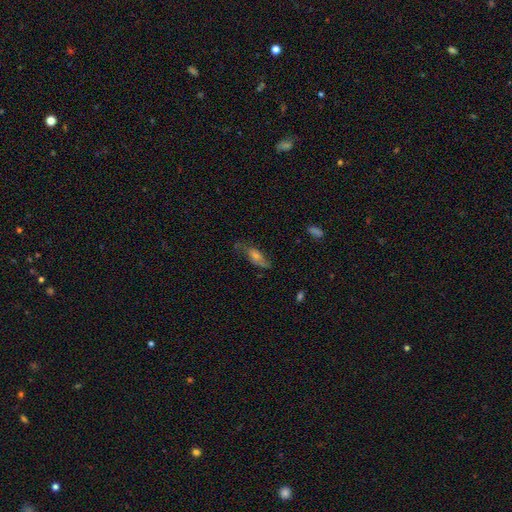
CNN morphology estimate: The model was most divided on "smooth or featured": featured or disk: 53%, smooth: 33%, star or artifact: 14%. More confident: edge-on disk — no (74%); merging — none (64%).